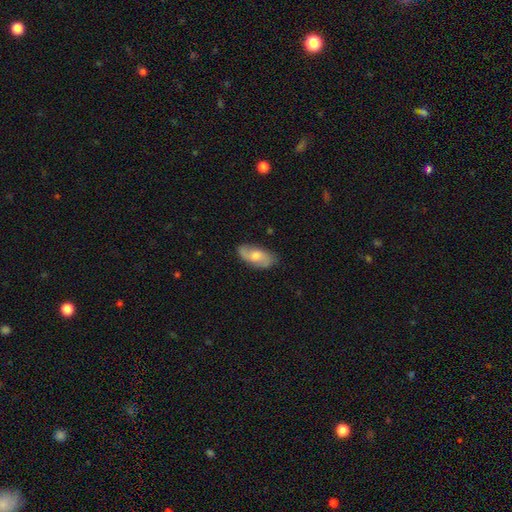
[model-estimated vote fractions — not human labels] This appears to be a featured or disk galaxy (54%). Merging: none (80%).